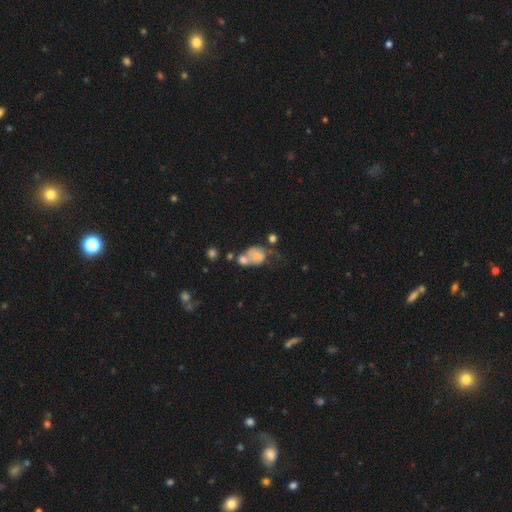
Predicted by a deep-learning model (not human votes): smooth_or_featured: smooth (p=0.62) [alt: featured or disk p=0.27]
how_rounded: in between (p=0.51) [alt: round p=0.48]
merging: merger (p=0.44) [alt: none p=0.20]